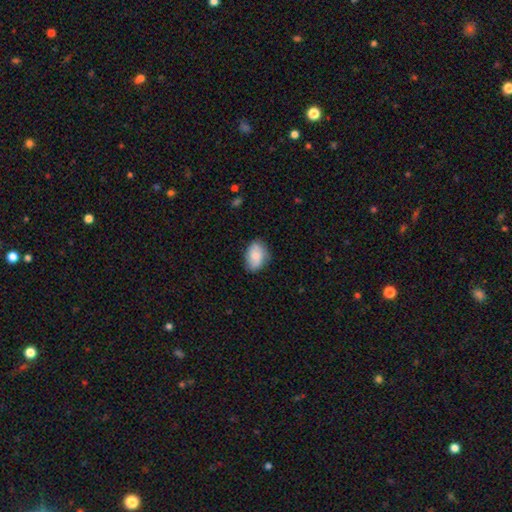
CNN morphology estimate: smooth_or_featured: smooth (p=0.81) [alt: featured or disk p=0.13]
how_rounded: in between (p=0.86) [alt: round p=0.13]
merging: none (p=0.75) [alt: minor disturbance p=0.20]